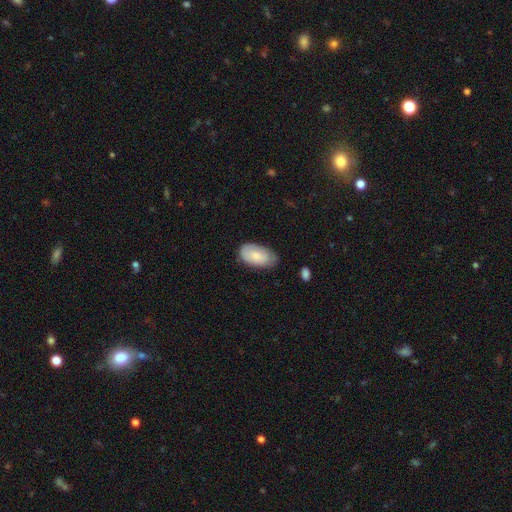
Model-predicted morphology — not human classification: smooth_or_featured: smooth (p=0.76) [alt: featured or disk p=0.18]
how_rounded: in between (p=0.95) [alt: round p=0.03]
merging: none (p=0.67) [alt: minor disturbance p=0.26]